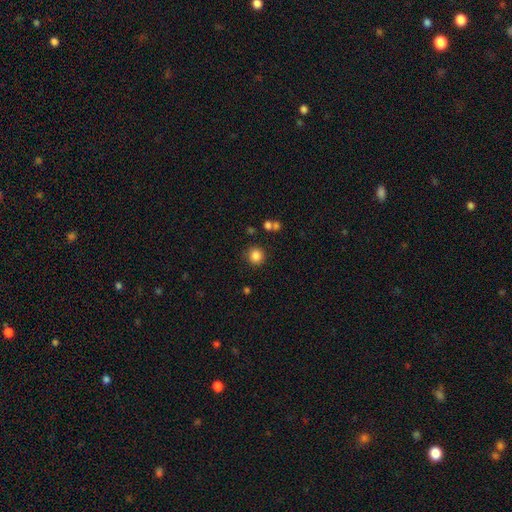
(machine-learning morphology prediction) Overall: smooth (85%). How rounded: round (92%). Merging: none (86%).